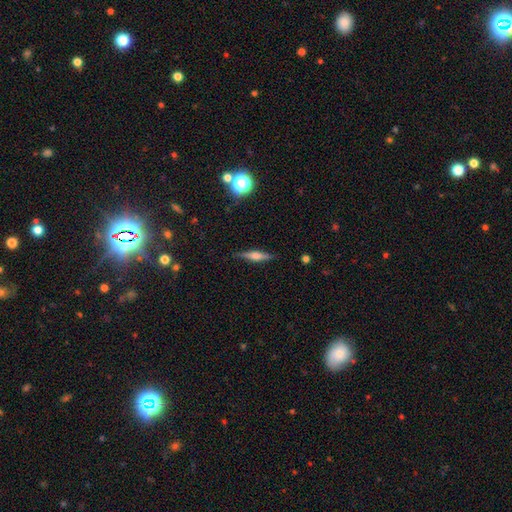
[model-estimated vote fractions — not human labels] smooth_or_featured: featured or disk (p=0.64) [alt: smooth p=0.28]
disk_edge_on: yes (p=0.97) [alt: no p=0.03]
edge_on_bulge: rounded (p=0.80) [alt: boxy p=0.14]
merging: none (p=0.87) [alt: minor disturbance p=0.10]